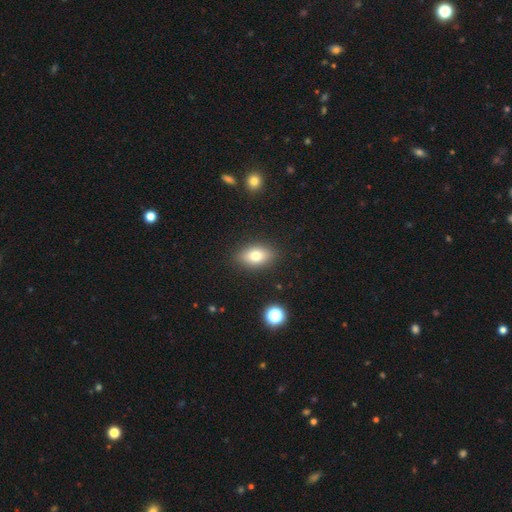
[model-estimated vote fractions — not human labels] This appears to be a smooth galaxy with no disk features (76%) that is in between round and cigar-shaped (85%). Merging: none (87%).